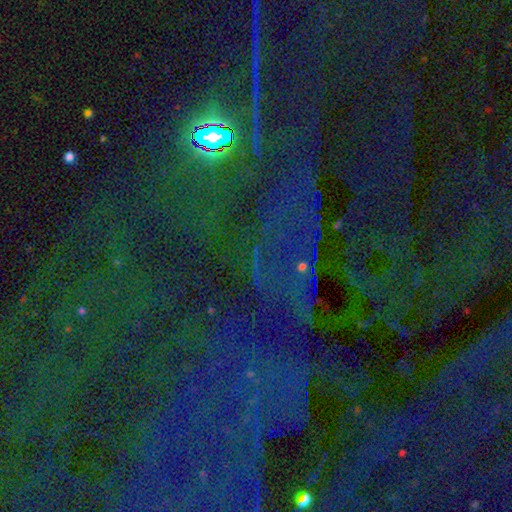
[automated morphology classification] Smooth or featured? star or artifact (85%)